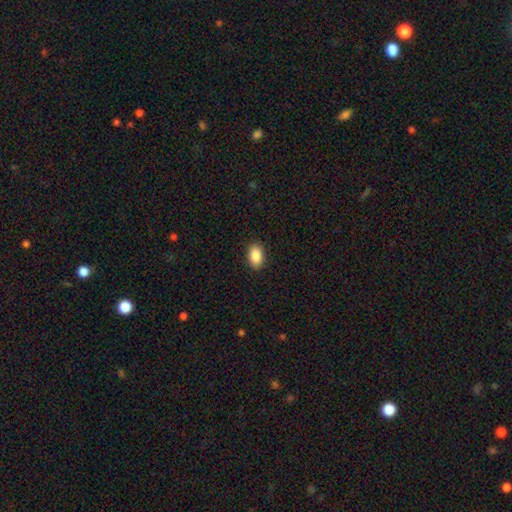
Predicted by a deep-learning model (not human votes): The model was most divided on "smooth or featured": smooth: 89%, star or artifact: 7%, featured or disk: 4%. More confident: how rounded — in between (91%); merging — none (90%).